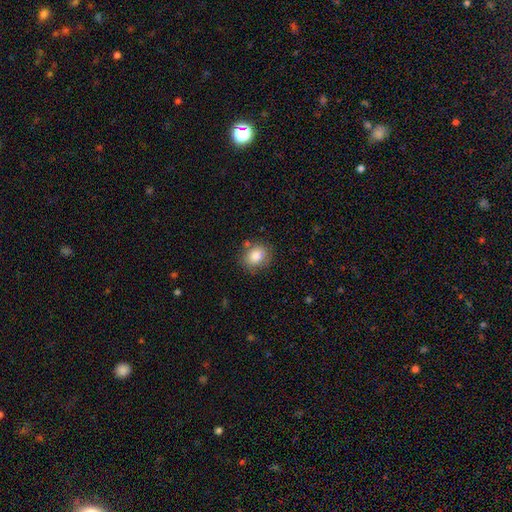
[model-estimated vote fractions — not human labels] Smooth or featured?
  - smooth: 81% *
  - featured or disk: 10%
  - star or artifact: 9%
How rounded?
  - round: 63% *
  - in between: 36%
  - cigar-shaped: 1%
Merging?
  - none: 80% *
  - minor disturbance: 13%
  - merger: 4%
  - major disturbance: 4%